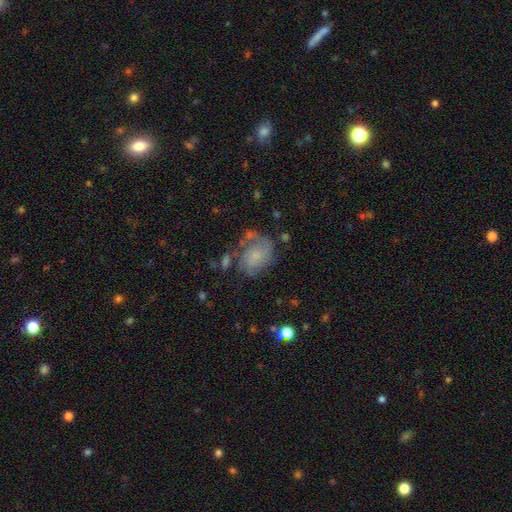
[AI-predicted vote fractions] featured or disk 49%, smooth 40%, star or artifact 11%. Down the decision tree: merging — none (46%).